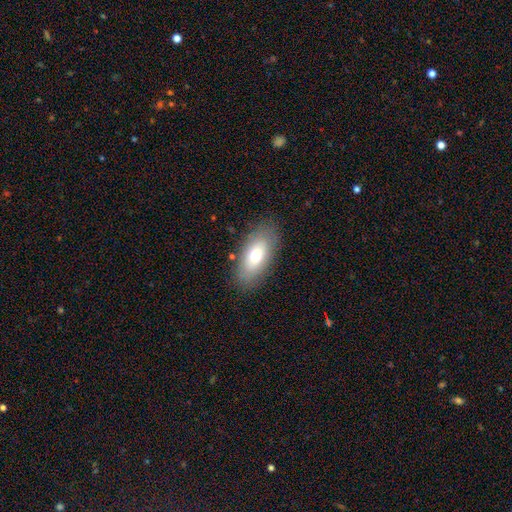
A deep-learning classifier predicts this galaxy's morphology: Overall: smooth (69%). How rounded: in between (89%). Merging: none (84%).